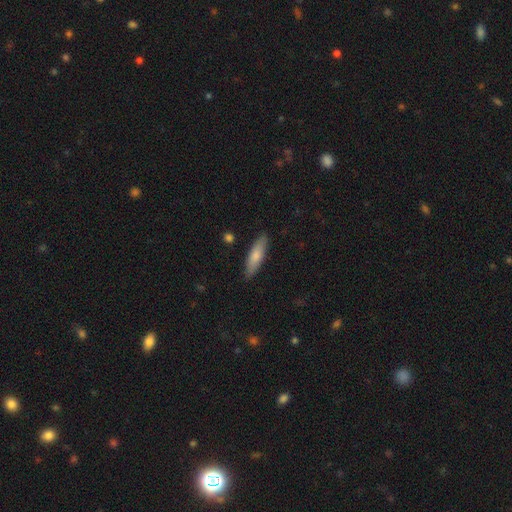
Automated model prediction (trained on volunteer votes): Overall: smooth (75%). How rounded: cigar-shaped (62%; in between 36%). Merging: none (87%).